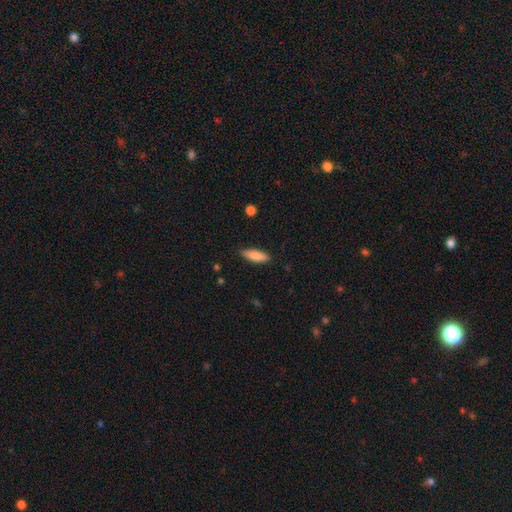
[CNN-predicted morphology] smooth_or_featured: smooth (p=0.85) [alt: featured or disk p=0.09]
how_rounded: in between (p=0.54) [alt: cigar-shaped p=0.44]
merging: none (p=0.85) [alt: minor disturbance p=0.12]